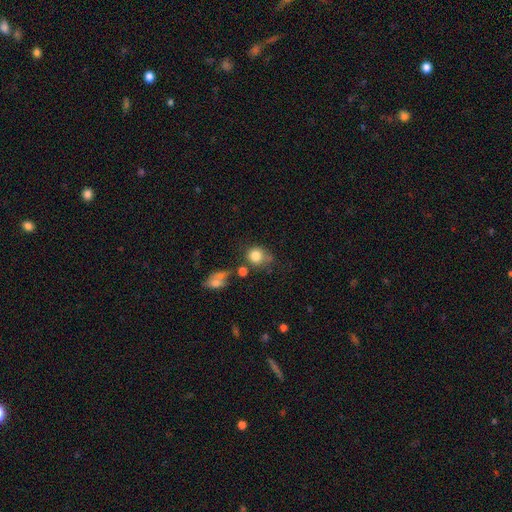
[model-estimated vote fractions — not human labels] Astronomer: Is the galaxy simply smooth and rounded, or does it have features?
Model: smooth — 80%.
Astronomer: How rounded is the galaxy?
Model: round — 74%.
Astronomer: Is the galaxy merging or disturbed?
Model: none — 51%.